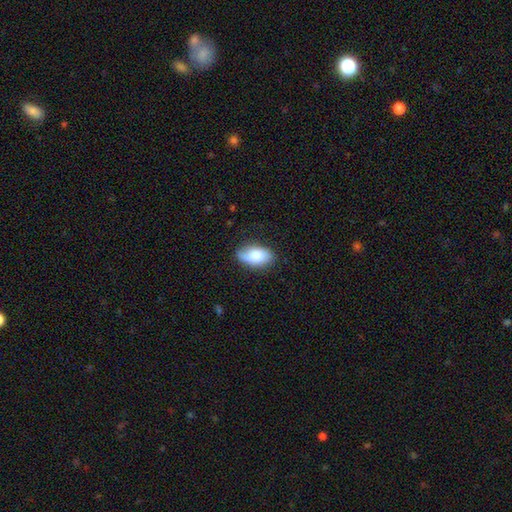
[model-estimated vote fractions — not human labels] Morphology: type=smooth (70%); roundness=in between (93%); merging=none (75%).